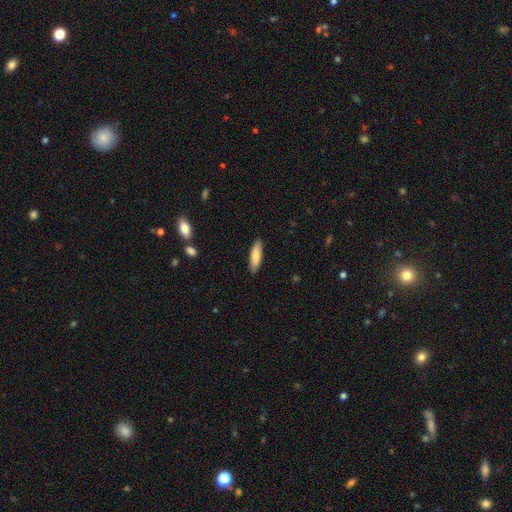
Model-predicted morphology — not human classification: Smooth or featured? smooth (80%)
How rounded? cigar-shaped (57%)
Merging? none (88%)